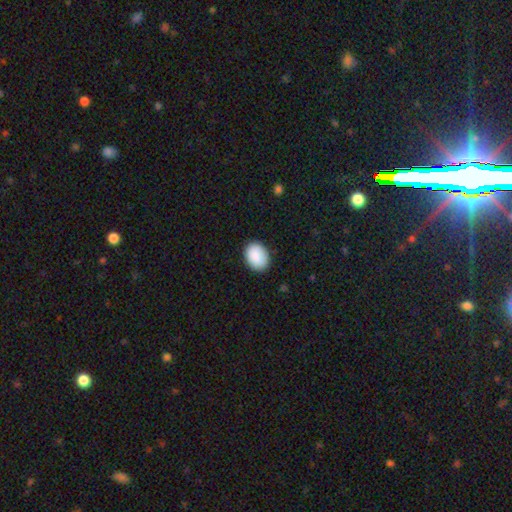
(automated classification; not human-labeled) smooth_or_featured: smooth (p=0.90) [alt: star or artifact p=0.07]
how_rounded: in between (p=0.68) [alt: round p=0.31]
merging: none (p=0.87) [alt: minor disturbance p=0.10]